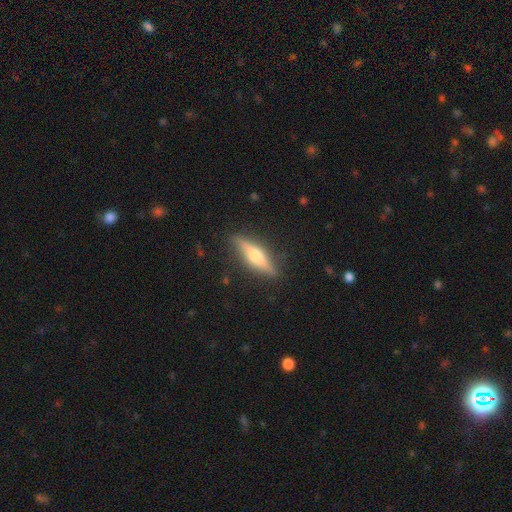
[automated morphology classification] type=featured or disk (62%); edge-on=yes (95%); edge-on bulge=rounded (89%); merging=none (88%).